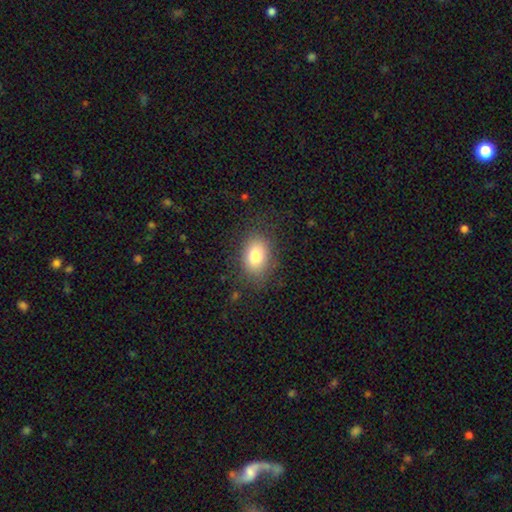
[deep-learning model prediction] Smooth or featured?
  - smooth: 81% *
  - featured or disk: 10%
  - star or artifact: 9%
How rounded?
  - in between: 82% *
  - round: 17%
  - cigar-shaped: 1%
Merging?
  - none: 79% *
  - minor disturbance: 14%
  - major disturbance: 6%
  - merger: 1%